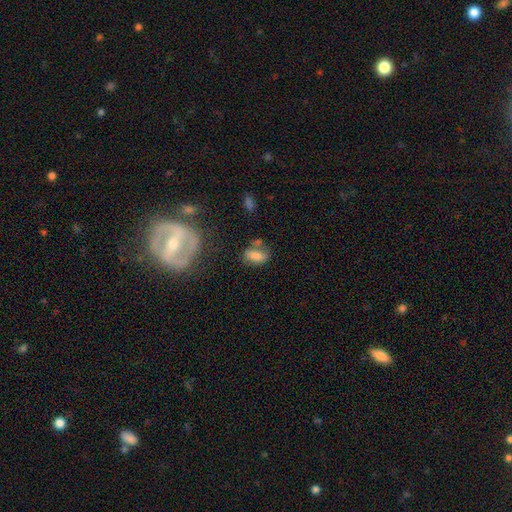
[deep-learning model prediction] Smooth or featured?
  - smooth: 76% *
  - featured or disk: 14%
  - star or artifact: 10%
How rounded?
  - in between: 84% *
  - round: 10%
  - cigar-shaped: 6%
Merging?
  - none: 57% *
  - minor disturbance: 20%
  - merger: 15%
  - major disturbance: 8%